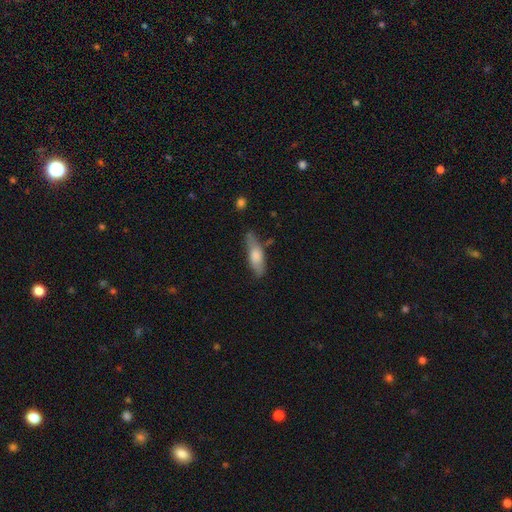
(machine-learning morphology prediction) smooth 67%, featured or disk 27%, star or artifact 6%. Down the decision tree: how rounded — cigar-shaped (50%); merging — none (67%).